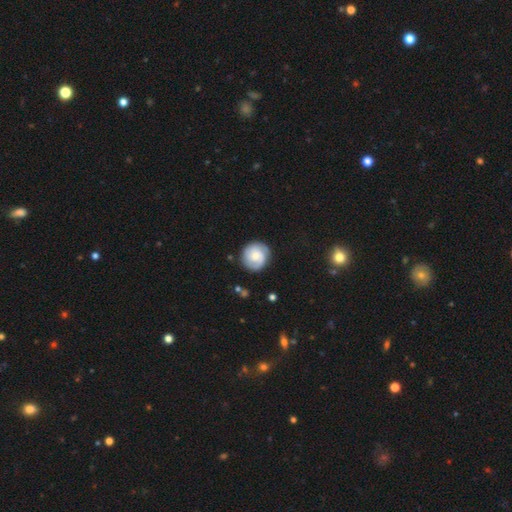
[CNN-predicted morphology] Smooth or featured? Predicted: featured or disk (p=0.60). Edge-on disk? Predicted: no (p=0.98). Bar? Predicted: no (p=0.70). Spiral arms? Predicted: yes (p=0.90). Spiral winding? Predicted: tight (p=0.61). Spiral arm count? Predicted: 2 (p=0.48). Bulge size? Predicted: moderate (p=0.49). Merging? Predicted: none (p=0.81).